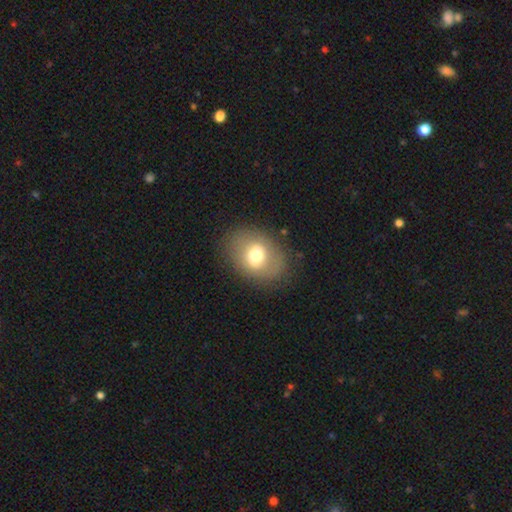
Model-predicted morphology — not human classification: The model was most divided on "how rounded": in between: 63%, round: 36%, cigar-shaped: 1%. More confident: merging — none (81%); smooth or featured — smooth (64%).